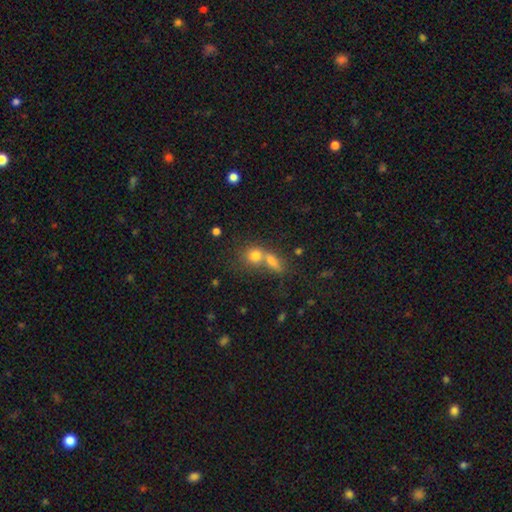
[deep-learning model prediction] Smooth or featured: smooth — 76% (star or artifact — 12%)
How rounded: round — 68% (in between — 29%)
Merging: merger — 52% (none — 36%)